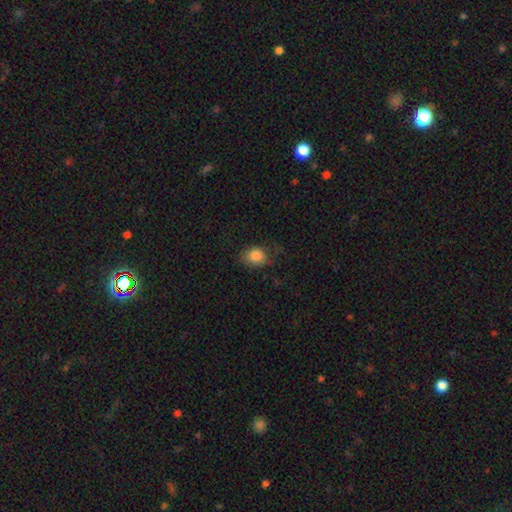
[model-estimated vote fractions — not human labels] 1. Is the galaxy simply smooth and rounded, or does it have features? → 84% smooth, 10% star or artifact, 6% featured or disk.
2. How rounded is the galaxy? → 50% round, 49% in between, 1% cigar-shaped.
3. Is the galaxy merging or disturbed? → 63% none, 25% minor disturbance, 10% major disturbance, 1% merger.